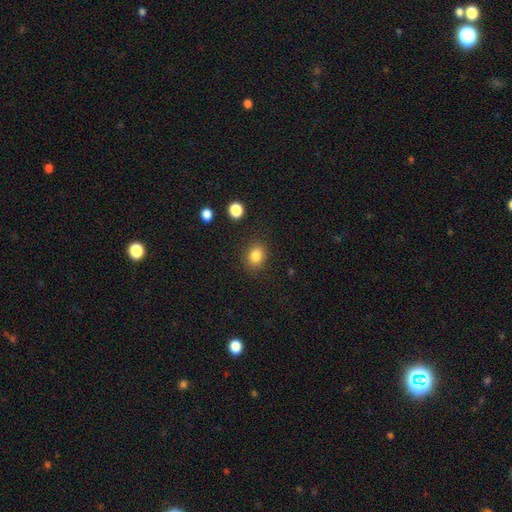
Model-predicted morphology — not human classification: Smooth or featured?
  - smooth: 84% *
  - star or artifact: 11%
  - featured or disk: 5%
How rounded?
  - round: 55% *
  - in between: 44%
  - cigar-shaped: 1%
Merging?
  - none: 86% *
  - minor disturbance: 10%
  - major disturbance: 3%
  - merger: 2%